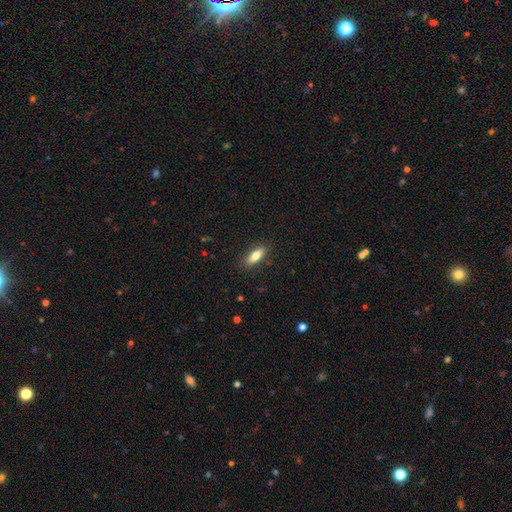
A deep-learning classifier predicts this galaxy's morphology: Smooth or featured?
  - smooth: 75% *
  - featured or disk: 18%
  - star or artifact: 7%
How rounded?
  - in between: 63% *
  - cigar-shaped: 34%
  - round: 3%
Merging?
  - none: 87% *
  - minor disturbance: 9%
  - major disturbance: 2%
  - merger: 1%